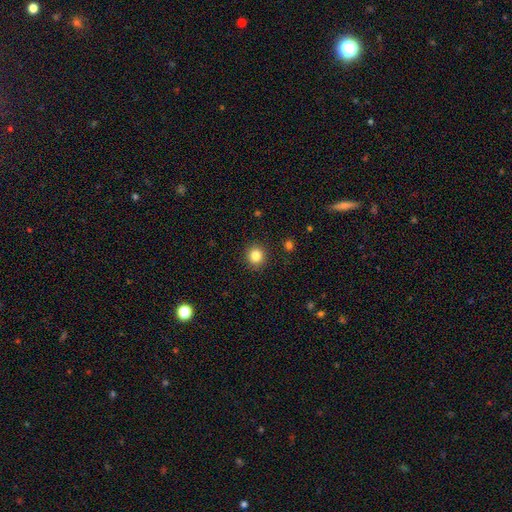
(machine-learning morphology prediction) This is clearly a smooth galaxy (84%). How rounded: clearly round (90%). Merging: clearly none (91%).